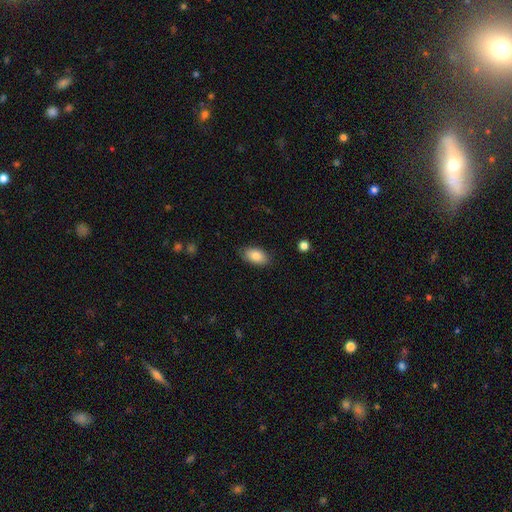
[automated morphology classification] Smooth or featured? smooth (84%)
How rounded? in between (93%)
Merging? none (83%)